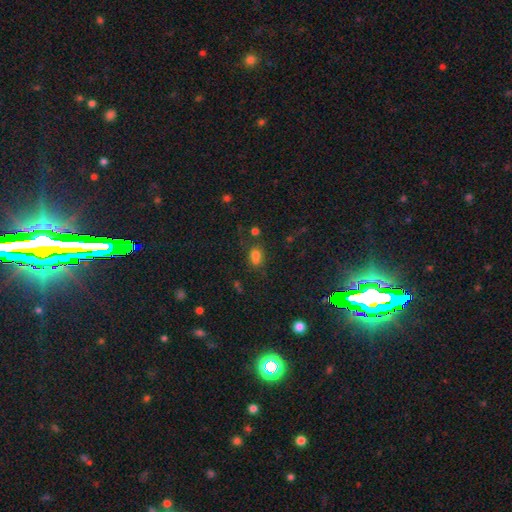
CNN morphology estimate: A smooth galaxy with no disk features (70%) that is round (54%).

Vote fractions:
- Smooth or featured? smooth: 70% / star or artifact: 19% / featured or disk: 11%
- How rounded? round: 54% / in between: 45% / cigar-shaped: 2%
- Merging? none: 46% / merger: 34% / minor disturbance: 14% / major disturbance: 6%